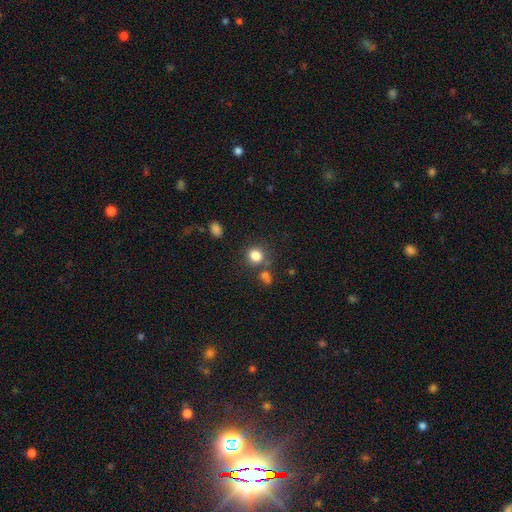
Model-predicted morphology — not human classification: Smooth or featured: smooth — 83% (star or artifact — 12%)
How rounded: round — 78% (in between — 21%)
Merging: none — 70% (merger — 13%)